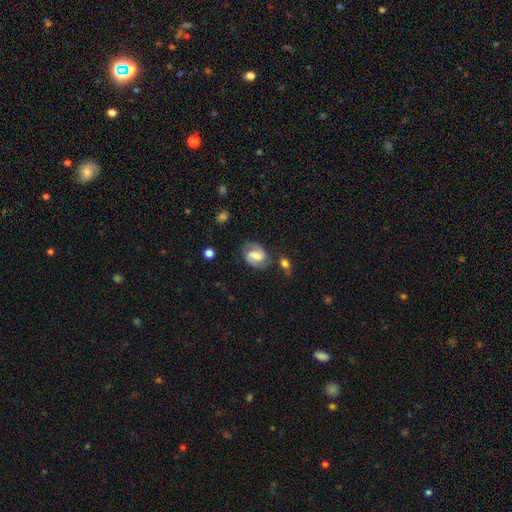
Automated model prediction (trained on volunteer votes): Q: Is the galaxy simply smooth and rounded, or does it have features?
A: featured or disk — 63%.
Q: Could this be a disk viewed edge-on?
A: no — 97%.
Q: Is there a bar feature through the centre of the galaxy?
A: weak — 51%.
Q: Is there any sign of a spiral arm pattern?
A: yes — 90%.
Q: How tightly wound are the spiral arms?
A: medium — 47%.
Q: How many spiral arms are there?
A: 2 — 84%.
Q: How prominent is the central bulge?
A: moderate — 40%.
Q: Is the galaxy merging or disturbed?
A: none — 66%.